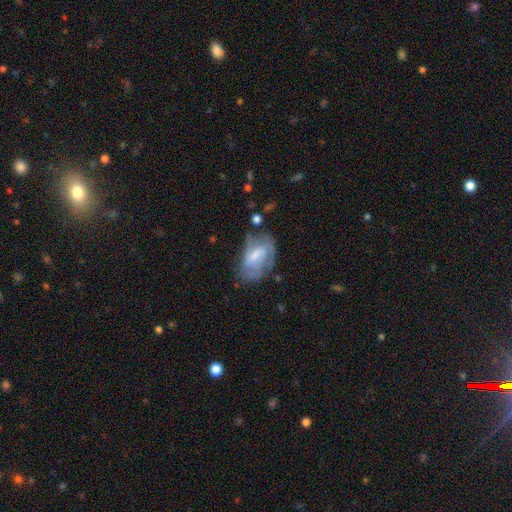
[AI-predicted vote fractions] A featured or disk galaxy (60%) with a weak bar (50%), spiral arms (73%) and a small central bulge (40%). Merging: none (48%).